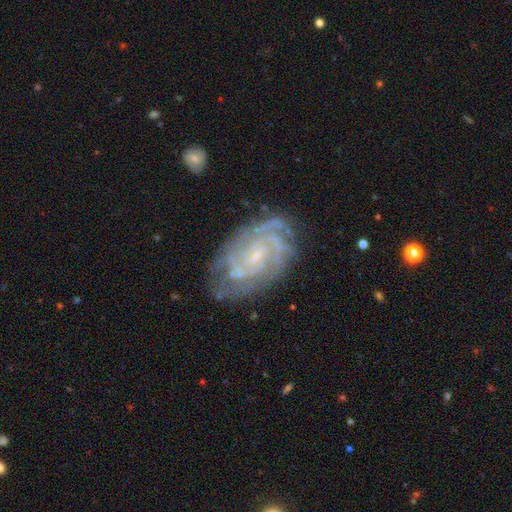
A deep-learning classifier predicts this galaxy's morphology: smooth-or-featured: featured or disk: 87% | smooth: 7% | star or artifact: 7%
  disk-edge-on: no: 96% | yes: 4%
    bar: no: 62% | weak: 30% | strong: 8%
    has-spiral-arms: yes: 97% | no: 3%
      spiral-winding: tight: 73% | medium: 23% | loose: 4%
      spiral-arm-count: can't tell: 26% | 3: 21% | 2: 19% | 4: 19% | more than 4: 8% | 1: 6%
    bulge-size: small: 81% | moderate: 13% | none: 5% | large: 1% | dominant: 1%
  merging: none: 75% | minor disturbance: 17% | major disturbance: 6% | merger: 2%